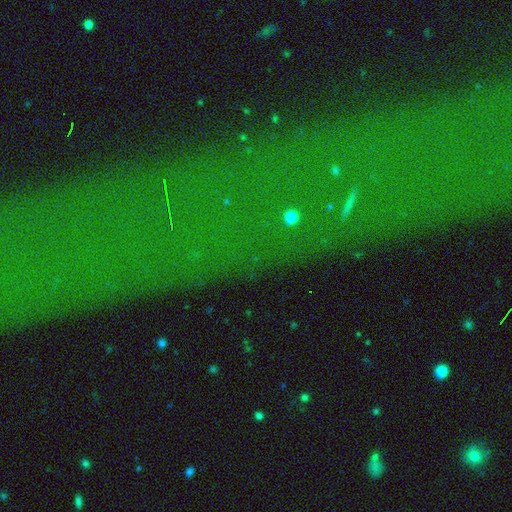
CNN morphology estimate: The model was most divided on "smooth or featured": star or artifact: 77%, featured or disk: 12%, smooth: 11%.